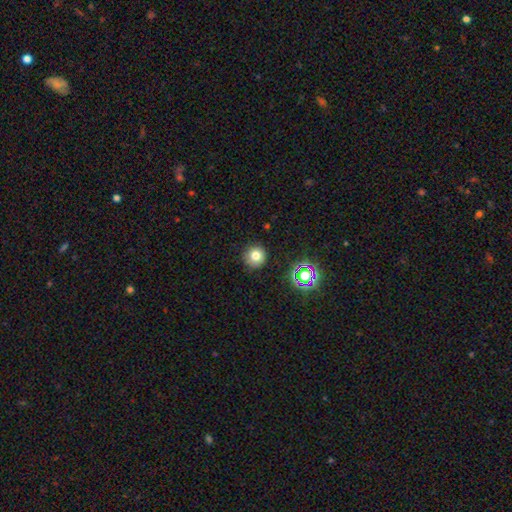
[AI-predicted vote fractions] Overall: smooth (75%). How rounded: round (94%). Merging: none (89%).